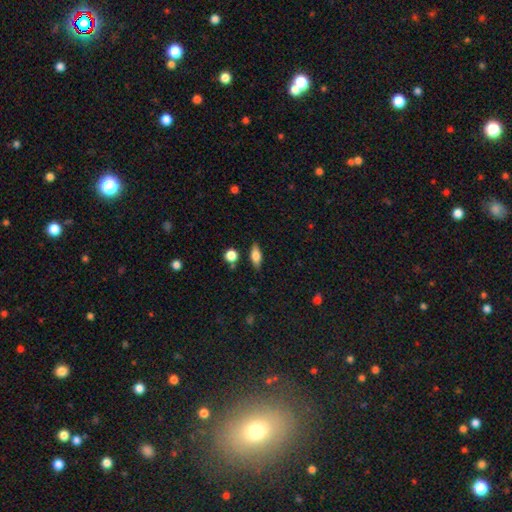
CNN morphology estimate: This appears to be a smooth galaxy with no disk features (69%) that is in between round and cigar-shaped (71%). Merging: none (83%).